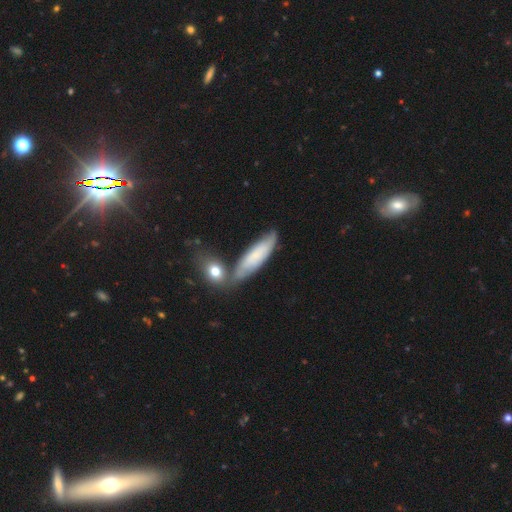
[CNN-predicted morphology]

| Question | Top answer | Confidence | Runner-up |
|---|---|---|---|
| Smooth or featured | smooth | 59% | featured or disk (34%) |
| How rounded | cigar-shaped | 58% | in between (40%) |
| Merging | none | 62% | minor disturbance (18%) |